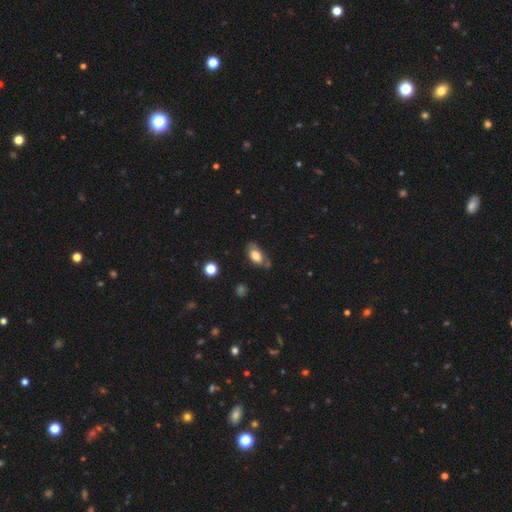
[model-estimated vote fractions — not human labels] This is likely a smooth galaxy (73%). How rounded: clearly in between (90%). Merging: possibly none (58%).